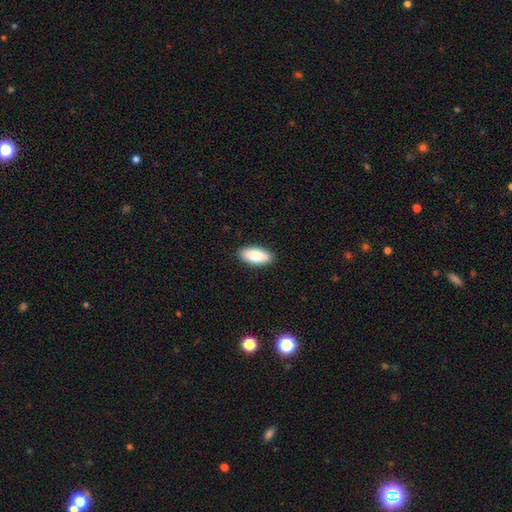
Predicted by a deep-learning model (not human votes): smooth_or_featured: smooth (p=0.84) [alt: featured or disk p=0.10]
how_rounded: in between (p=0.88) [alt: cigar-shaped p=0.09]
merging: none (p=0.89) [alt: minor disturbance p=0.08]